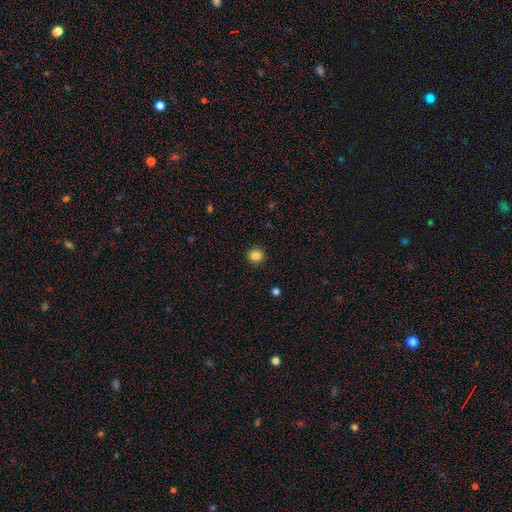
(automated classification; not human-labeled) Smooth or featured? smooth (85%)
How rounded? round (89%)
Merging? none (92%)